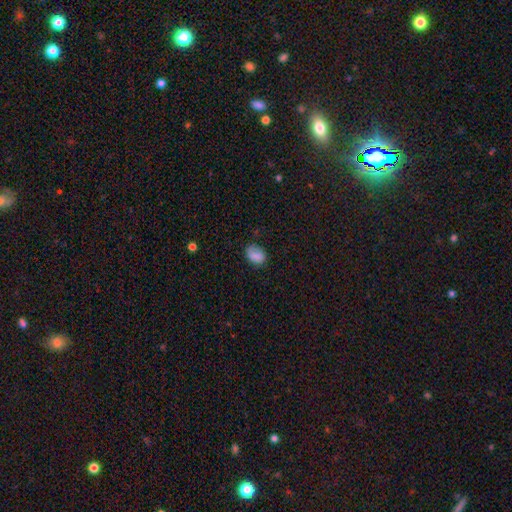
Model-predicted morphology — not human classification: This appears to be a smooth galaxy with no disk features (81%) that is in between round and cigar-shaped (75%). Merging: none (64%).